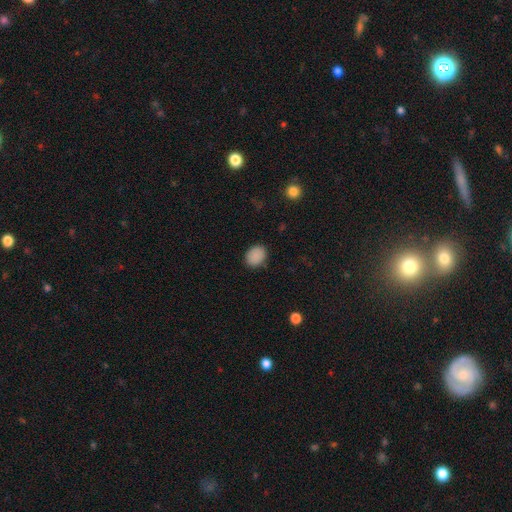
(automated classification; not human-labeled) Smooth or featured: smooth — 88% (star or artifact — 9%)
How rounded: in between — 57% (round — 42%)
Merging: none — 86% (minor disturbance — 10%)